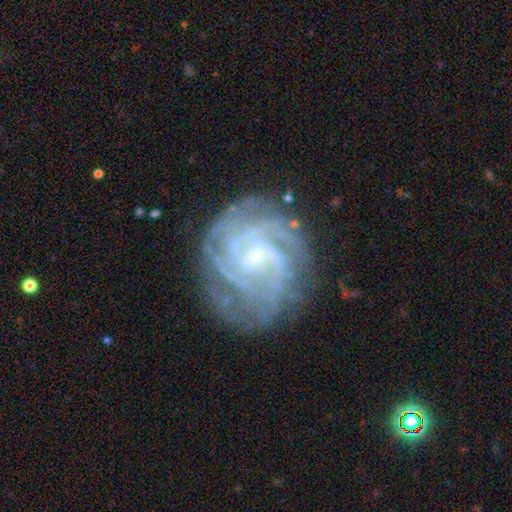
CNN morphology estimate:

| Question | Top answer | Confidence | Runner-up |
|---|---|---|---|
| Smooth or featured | featured or disk | 87% | star or artifact (6%) |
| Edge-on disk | no | 98% | yes (2%) |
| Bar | no | 70% | weak (23%) |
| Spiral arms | yes | 96% | no (4%) |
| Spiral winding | tight | 68% | medium (26%) |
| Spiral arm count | can't tell | 26% | 4 (24%) |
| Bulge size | small | 87% | moderate (8%) |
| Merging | none | 72% | minor disturbance (17%) |